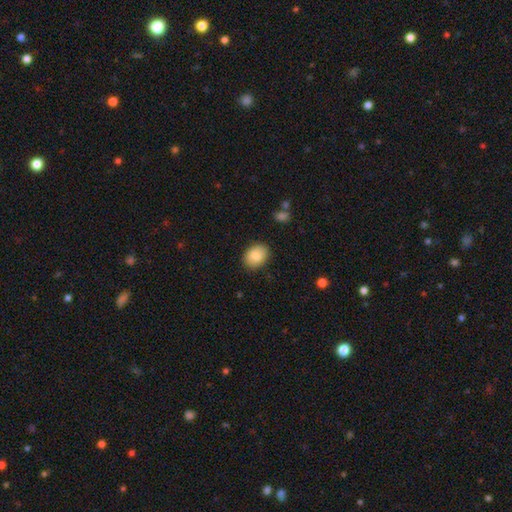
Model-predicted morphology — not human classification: smooth_or_featured: smooth (p=0.86) [alt: star or artifact p=0.07]
how_rounded: in between (p=0.62) [alt: round p=0.38]
merging: none (p=0.87) [alt: minor disturbance p=0.10]